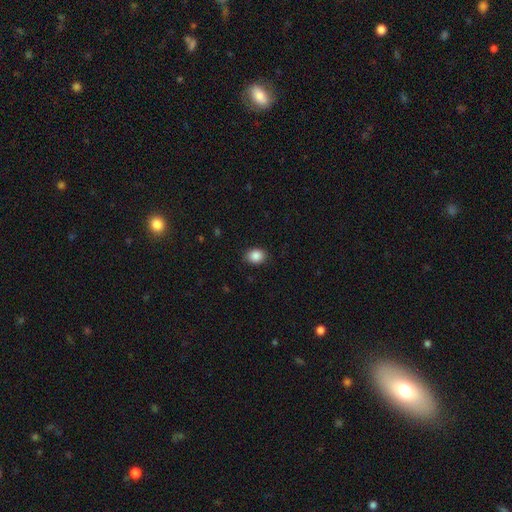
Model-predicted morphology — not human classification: A smooth galaxy with no disk features (88%) that is round (50%).

Vote fractions:
- Smooth or featured? smooth: 88% / star or artifact: 9% / featured or disk: 4%
- How rounded? round: 50% / in between: 49% / cigar-shaped: 1%
- Merging? none: 85% / minor disturbance: 12% / major disturbance: 3% / merger: 1%